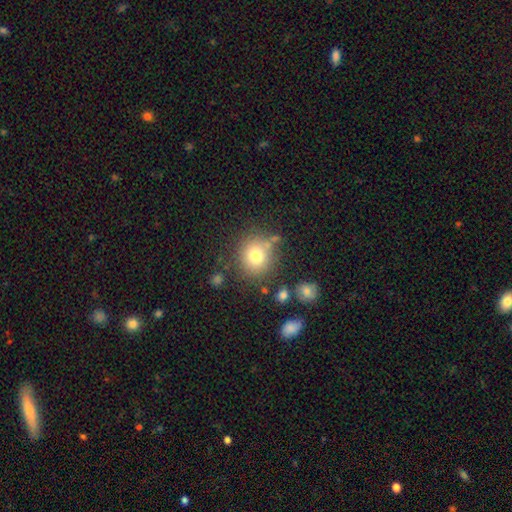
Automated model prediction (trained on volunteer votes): smooth 76%, star or artifact 13%, featured or disk 11%. Down the decision tree: how rounded — round (89%); merging — none (77%).